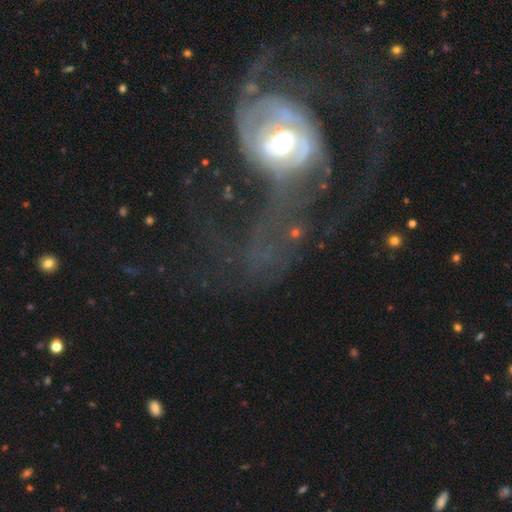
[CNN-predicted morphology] smooth_or_featured: featured or disk (p=0.56) [alt: smooth p=0.23]
disk_edge_on: no (p=0.89) [alt: yes p=0.11]
merging: major disturbance (p=0.52) [alt: none p=0.25]